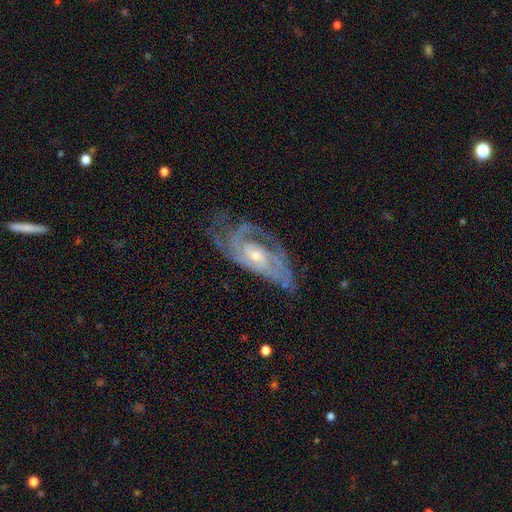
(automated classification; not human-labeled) A featured or disk galaxy (88%) with no bar (60%), 2 (35%) tight (58%) spiral arms (96%) and a small central bulge (54%). Merging: none (61%).